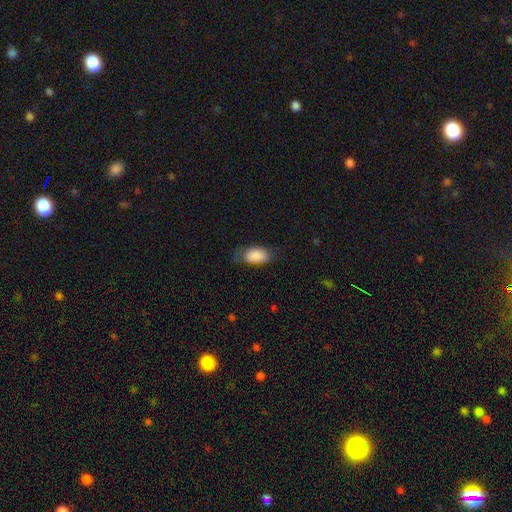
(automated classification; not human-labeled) A smooth galaxy with no disk features (86%) that is in between round and cigar-shaped (93%). Merging: none (61%).